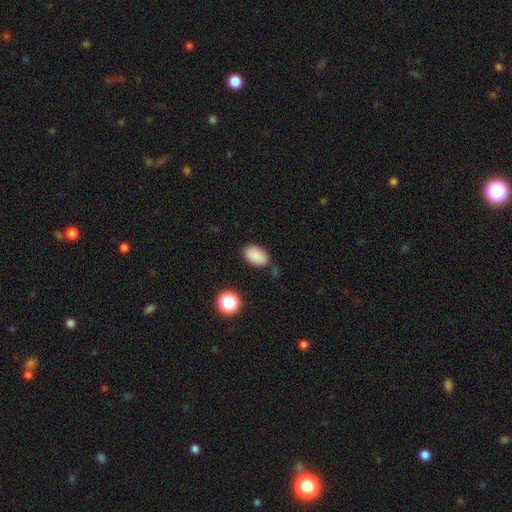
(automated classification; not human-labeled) A smooth galaxy with no disk features (87%) that is in between round and cigar-shaped (91%). Merging: none (79%).